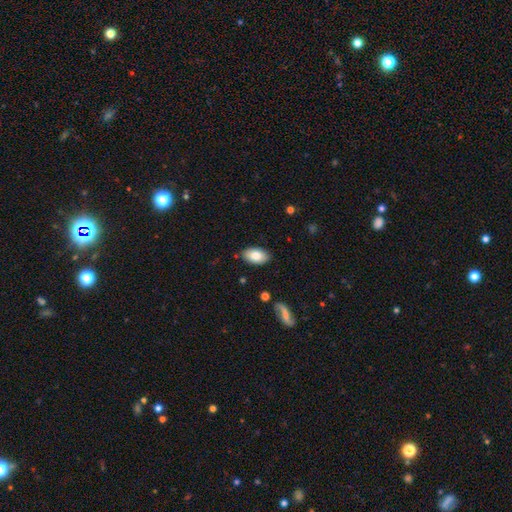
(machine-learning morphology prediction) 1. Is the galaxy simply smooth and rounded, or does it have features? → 81% smooth, 12% featured or disk, 7% star or artifact.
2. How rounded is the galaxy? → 94% in between, 4% round, 2% cigar-shaped.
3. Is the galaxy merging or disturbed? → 86% none, 10% minor disturbance, 2% major disturbance, 2% merger.